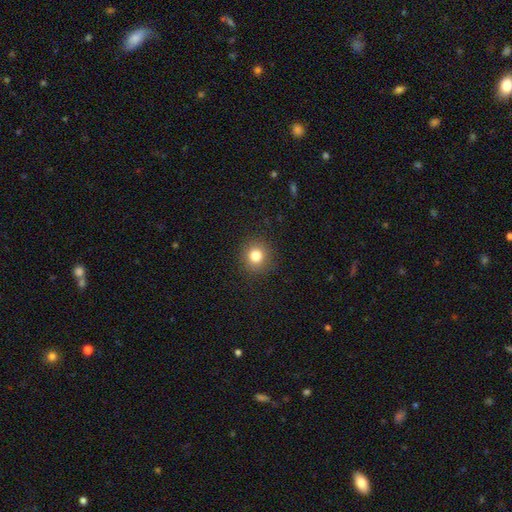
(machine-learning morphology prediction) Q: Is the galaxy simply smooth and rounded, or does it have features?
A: smooth — 81%.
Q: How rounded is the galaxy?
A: round — 88%.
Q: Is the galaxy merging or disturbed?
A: none — 90%.